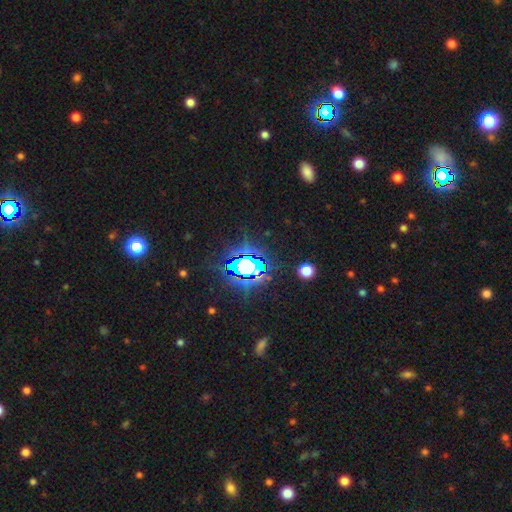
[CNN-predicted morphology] smooth-or-featured: star or artifact: 77% | smooth: 14% | featured or disk: 9%